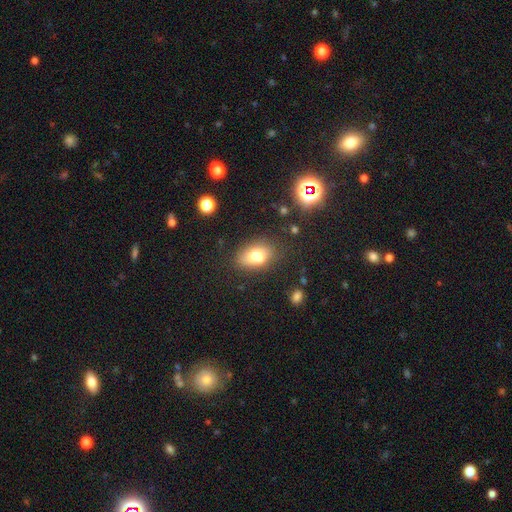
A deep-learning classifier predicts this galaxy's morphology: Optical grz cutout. It shows a smooth galaxy with no disk features (75%) that is in between round and cigar-shaped (85%). Merging: none (69%).